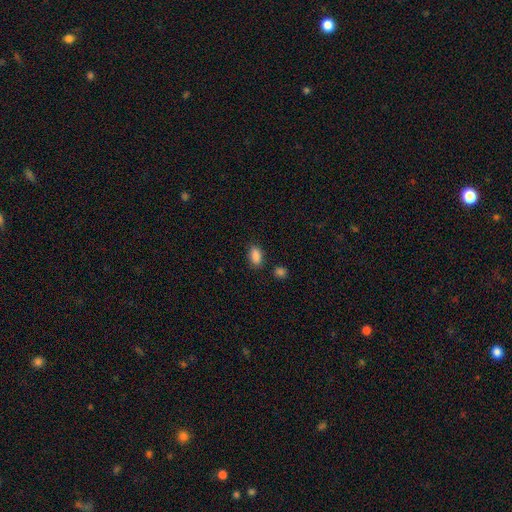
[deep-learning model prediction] smooth 87%, star or artifact 9%, featured or disk 4%. Down the decision tree: how rounded — in between (89%); merging — none (81%).